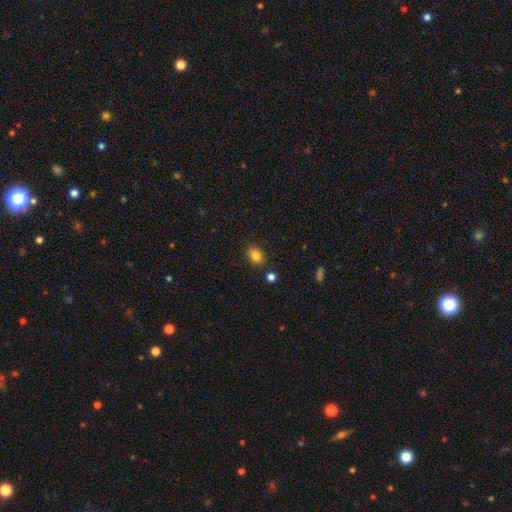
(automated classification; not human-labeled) smooth_or_featured: smooth (p=0.82) [alt: star or artifact p=0.12]
how_rounded: round (p=0.50) [alt: in between p=0.49]
merging: none (p=0.83) [alt: minor disturbance p=0.10]